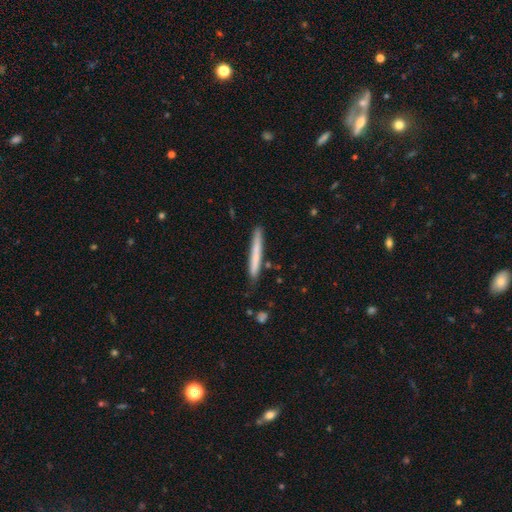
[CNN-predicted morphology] Smooth or featured?
  - smooth: 69% *
  - featured or disk: 25%
  - star or artifact: 6%
How rounded?
  - cigar-shaped: 97% *
  - in between: 2%
  - round: 1%
Merging?
  - none: 85% *
  - minor disturbance: 11%
  - merger: 2%
  - major disturbance: 2%